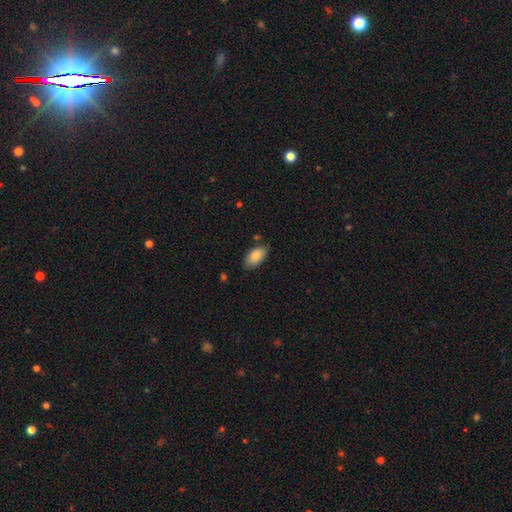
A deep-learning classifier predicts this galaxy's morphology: Smooth or featured?
  - smooth: 85% *
  - featured or disk: 9%
  - star or artifact: 7%
How rounded?
  - in between: 94% *
  - round: 3%
  - cigar-shaped: 2%
Merging?
  - none: 78% *
  - minor disturbance: 17%
  - major disturbance: 3%
  - merger: 2%